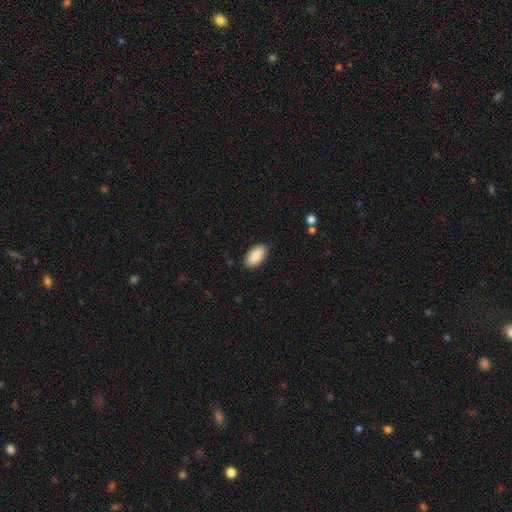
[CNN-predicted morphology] smooth_or_featured: smooth (p=0.87) [alt: featured or disk p=0.07]
how_rounded: in between (p=0.95) [alt: cigar-shaped p=0.03]
merging: none (p=0.87) [alt: minor disturbance p=0.10]